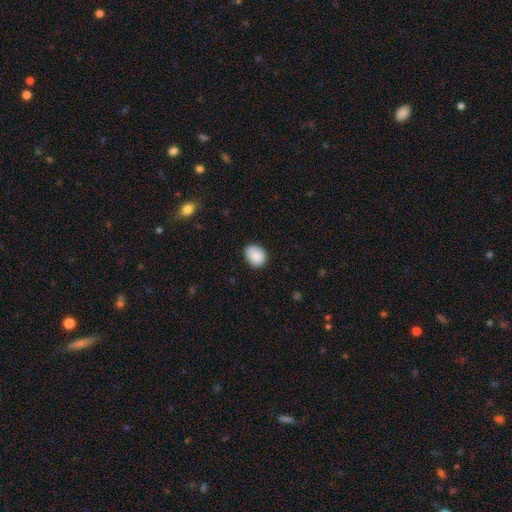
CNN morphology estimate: This is clearly a smooth galaxy (88%). How rounded: possibly in between (54%). Merging: likely none (78%).